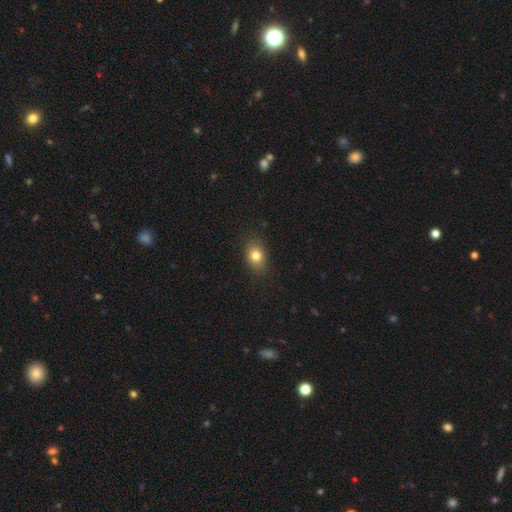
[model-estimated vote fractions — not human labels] A smooth galaxy with no disk features (79%) that is in between round and cigar-shaped (71%). Merging: none (86%).